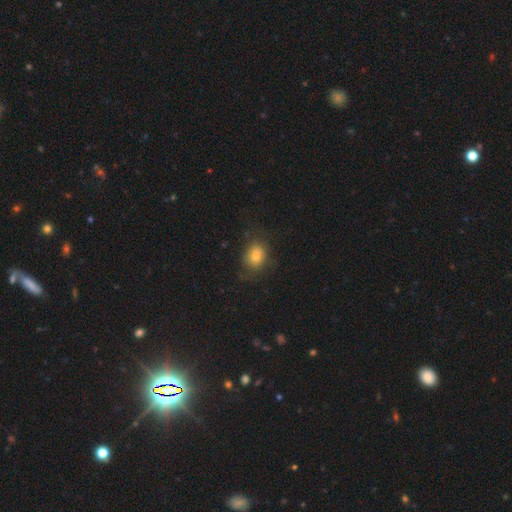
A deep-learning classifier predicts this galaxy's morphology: The model was most divided on "how rounded": in between: 52%, round: 47%, cigar-shaped: 1%. More confident: smooth or featured — smooth (76%); merging — none (69%).